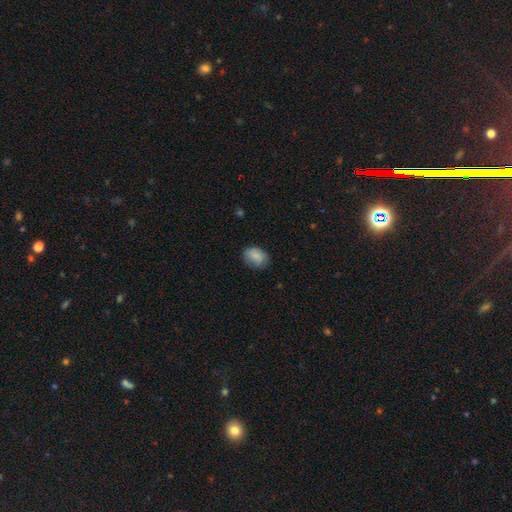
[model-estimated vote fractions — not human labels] This appears to be a smooth galaxy with no disk features (83%) that is in between round and cigar-shaped (67%). Merging: none (71%).